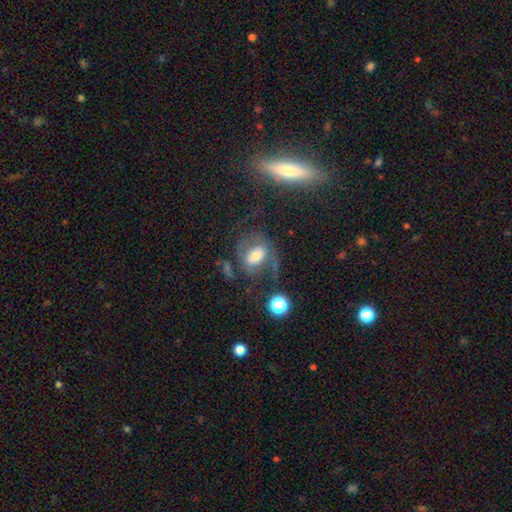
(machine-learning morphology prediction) type=featured or disk (53%); edge-on=no (93%); merging=none (49%).